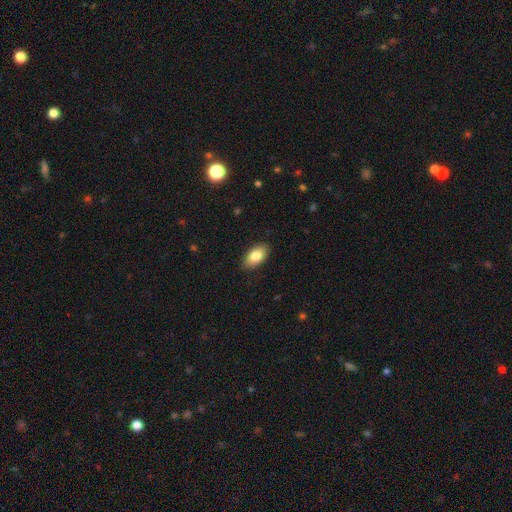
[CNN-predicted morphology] A smooth galaxy with no disk features (82%) that is in between round and cigar-shaped (93%).

Vote fractions:
- Smooth or featured? smooth: 82% / featured or disk: 11% / star or artifact: 7%
- How rounded? in between: 93% / round: 5% / cigar-shaped: 3%
- Merging? none: 88% / minor disturbance: 9% / major disturbance: 2% / merger: 1%